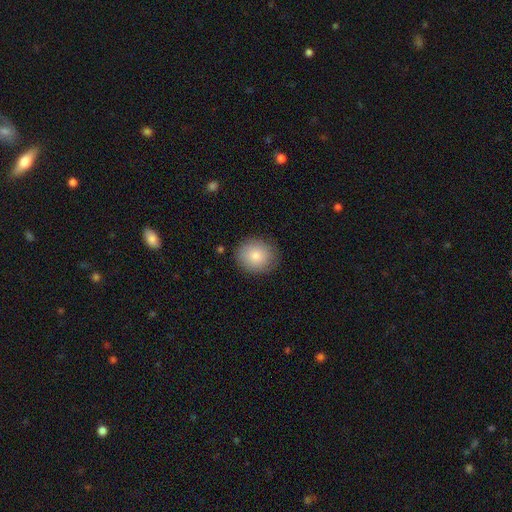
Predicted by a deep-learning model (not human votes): smooth_or_featured: smooth (p=0.84) [alt: featured or disk p=0.09]
how_rounded: round (p=0.73) [alt: in between p=0.27]
merging: none (p=0.85) [alt: minor disturbance p=0.11]